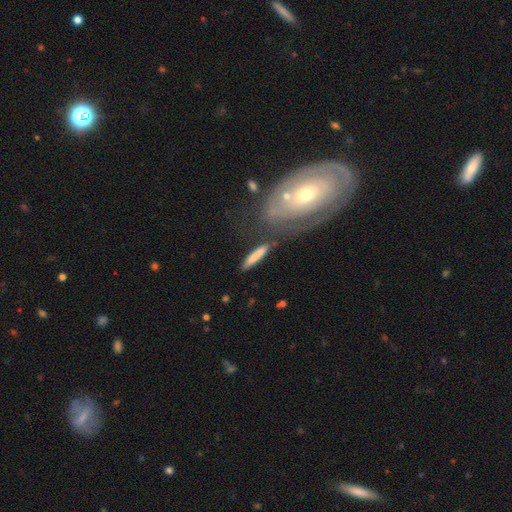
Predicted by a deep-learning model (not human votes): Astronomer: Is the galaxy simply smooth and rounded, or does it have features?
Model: smooth — 77%.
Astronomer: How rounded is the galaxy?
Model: cigar-shaped — 89%.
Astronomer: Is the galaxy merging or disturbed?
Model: none — 76%.